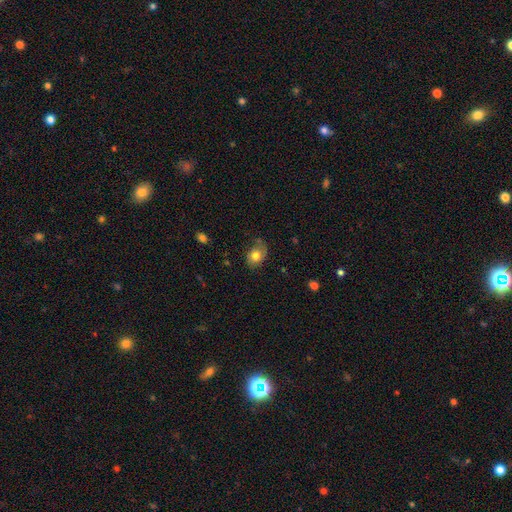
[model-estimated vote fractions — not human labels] A smooth galaxy with no disk features (73%) that is in between round and cigar-shaped (58%). Merging: none (63%).